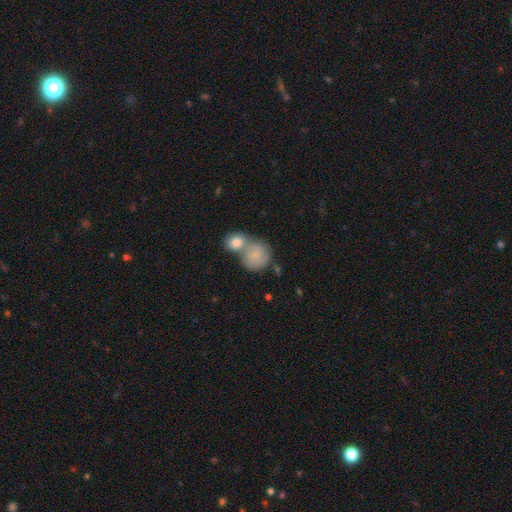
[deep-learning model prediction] The model was most divided on "merging": merger: 61%, none: 25%, minor disturbance: 10%, major disturbance: 5%. More confident: how rounded — round (80%); smooth or featured — smooth (71%).